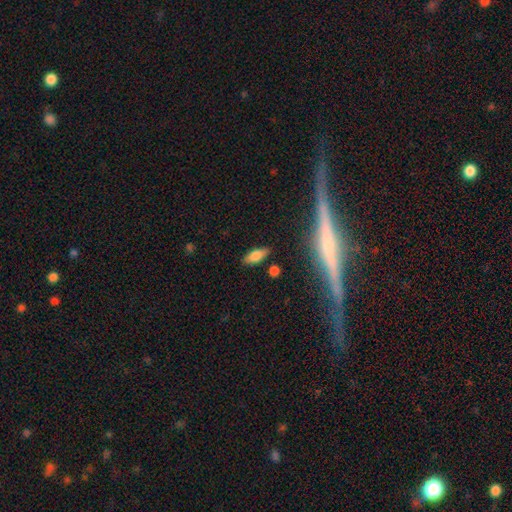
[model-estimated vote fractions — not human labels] The model was most divided on "how rounded": in between: 73%, cigar-shaped: 24%, round: 3%. More confident: merging — none (82%); smooth or featured — smooth (74%).